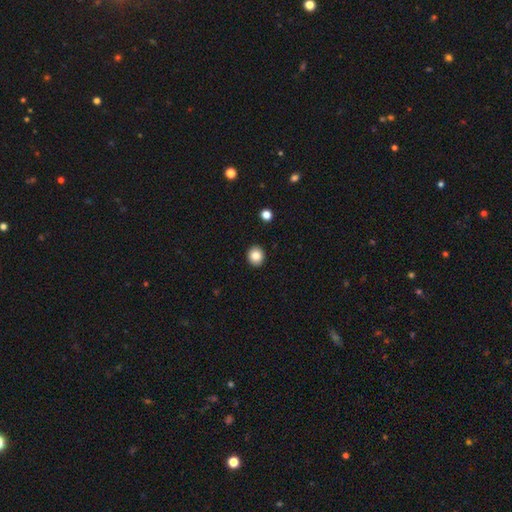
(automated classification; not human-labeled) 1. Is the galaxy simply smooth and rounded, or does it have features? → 85% smooth, 9% star or artifact, 5% featured or disk.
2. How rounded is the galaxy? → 78% round, 21% in between, 1% cigar-shaped.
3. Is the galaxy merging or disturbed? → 92% none, 5% minor disturbance, 2% major disturbance, 1% merger.